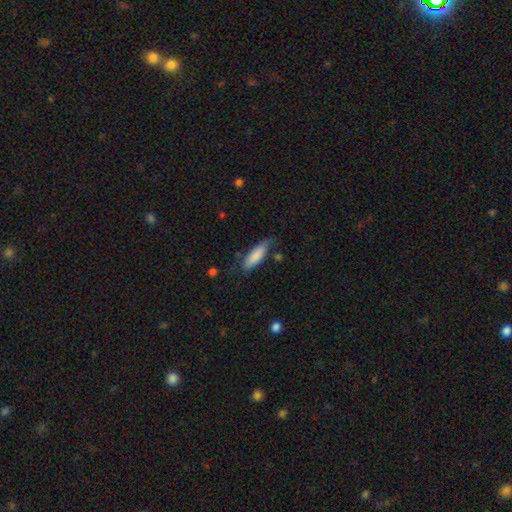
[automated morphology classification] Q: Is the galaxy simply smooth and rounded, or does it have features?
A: smooth — 80%.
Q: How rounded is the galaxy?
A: in between — 54%.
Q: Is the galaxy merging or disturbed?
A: none — 62%.